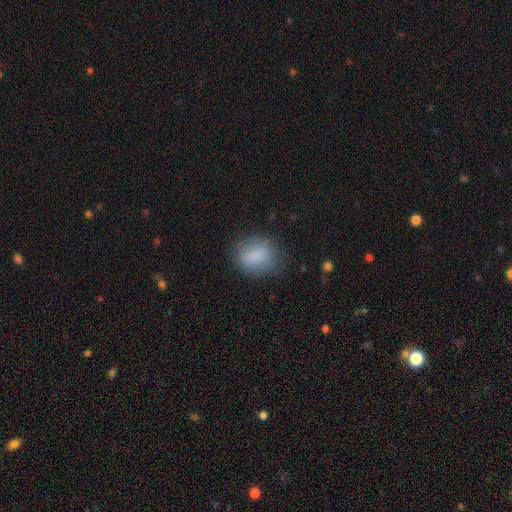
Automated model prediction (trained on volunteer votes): This appears to be a smooth galaxy with no disk features (82%) that is in between round and cigar-shaped (55%). Merging: none (72%).